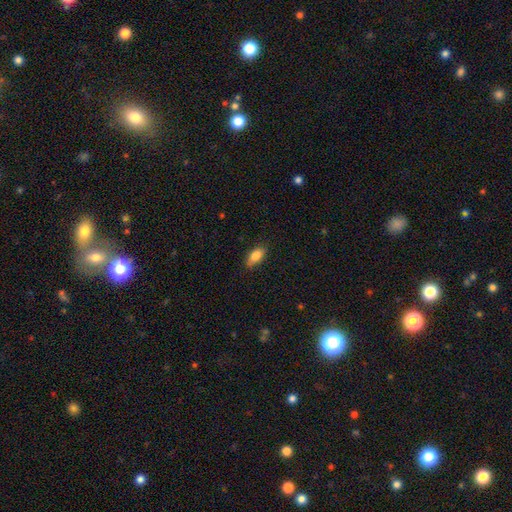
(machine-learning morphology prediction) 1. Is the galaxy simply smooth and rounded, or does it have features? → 82% smooth, 11% featured or disk, 7% star or artifact.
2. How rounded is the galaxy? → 84% in between, 12% cigar-shaped, 4% round.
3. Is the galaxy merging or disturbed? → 79% none, 17% minor disturbance, 3% major disturbance, 1% merger.